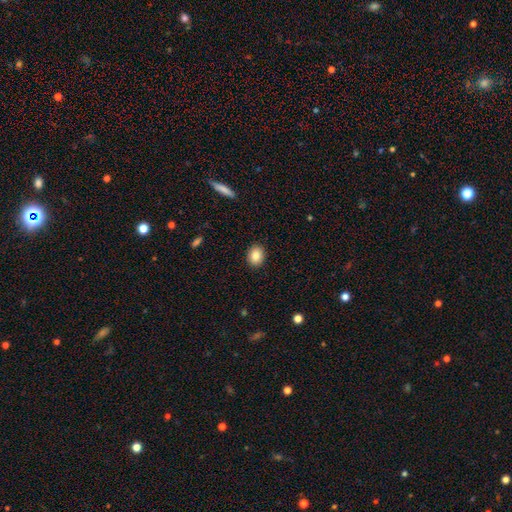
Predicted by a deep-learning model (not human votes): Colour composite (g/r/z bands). It shows a smooth galaxy with no disk features (84%) that is round (56%). Merging: none (91%).